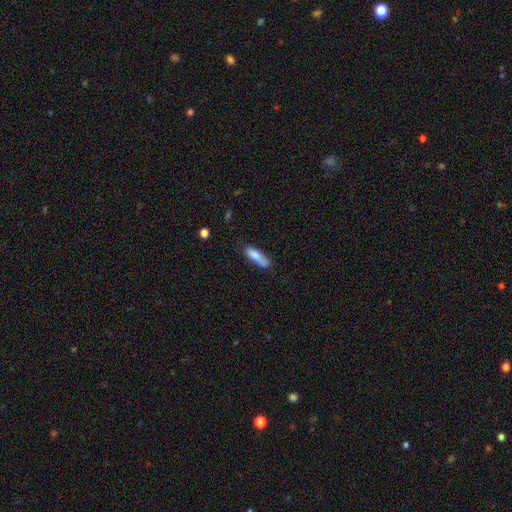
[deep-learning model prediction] The model was most divided on "how rounded": cigar-shaped: 61%, in between: 37%, round: 2%. More confident: smooth or featured — smooth (79%); merging — none (59%).